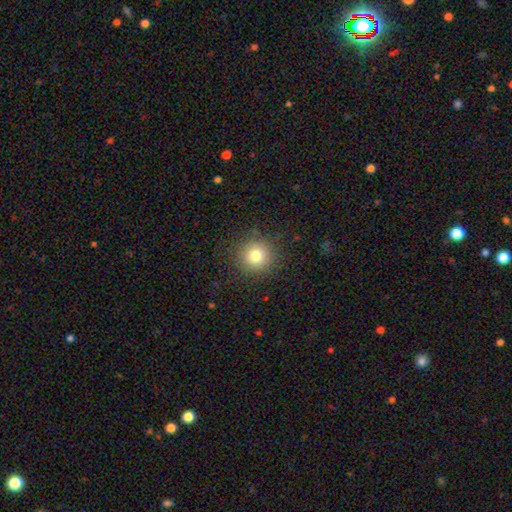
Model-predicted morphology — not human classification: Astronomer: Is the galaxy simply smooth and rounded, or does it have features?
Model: smooth — 78%.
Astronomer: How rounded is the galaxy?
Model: round — 94%.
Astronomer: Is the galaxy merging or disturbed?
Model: none — 89%.